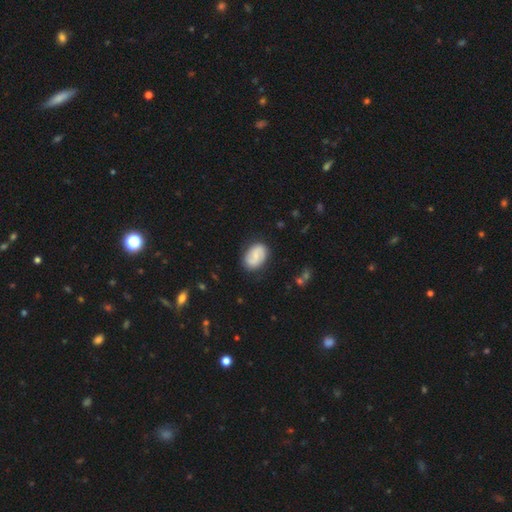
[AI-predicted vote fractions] smooth-or-featured: featured or disk: 51% | smooth: 42% | star or artifact: 7%
  disk-edge-on: no: 97% | yes: 3%
  merging: none: 83% | minor disturbance: 13% | major disturbance: 3% | merger: 1%